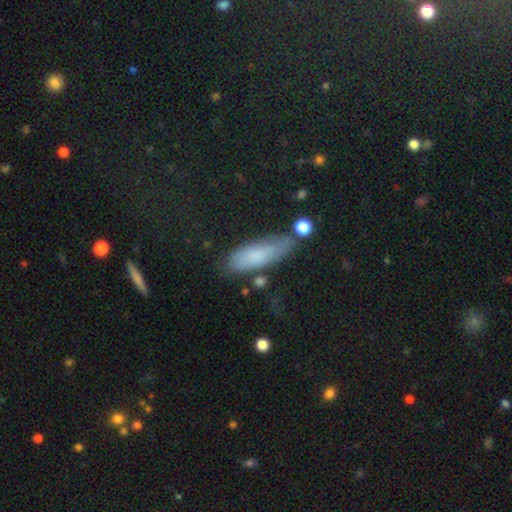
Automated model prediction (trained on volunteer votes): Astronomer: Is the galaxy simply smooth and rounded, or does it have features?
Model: smooth — 76%.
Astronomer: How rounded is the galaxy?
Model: in between — 54% (runner-up: cigar-shaped, 43%).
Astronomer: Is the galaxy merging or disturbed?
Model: none — 66%.